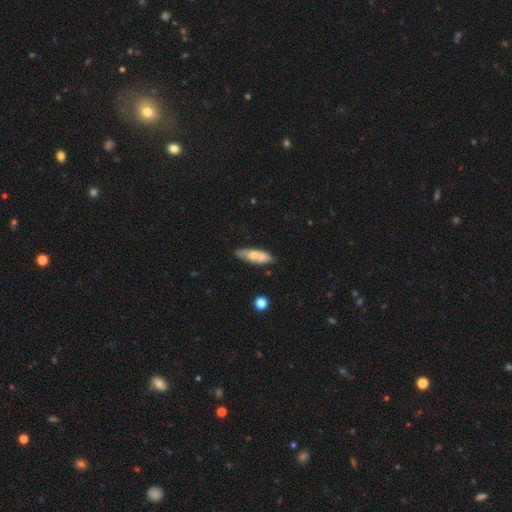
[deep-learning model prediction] Smooth or featured? Predicted: smooth (p=0.54). How rounded? Predicted: in between (p=0.58). Merging? Predicted: none (p=0.67).